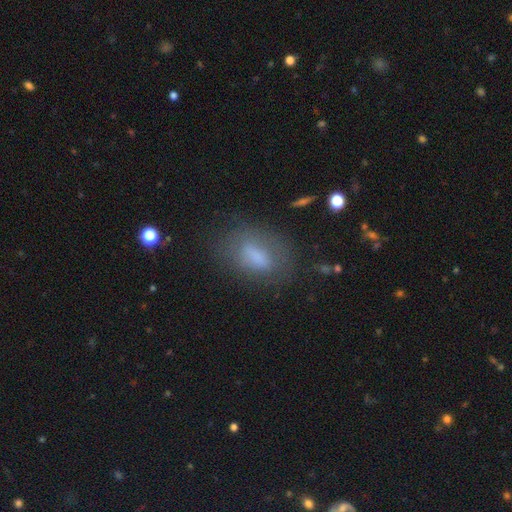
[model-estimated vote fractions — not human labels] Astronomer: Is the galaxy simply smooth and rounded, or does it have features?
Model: smooth — 69%.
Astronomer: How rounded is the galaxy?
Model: in between — 84%.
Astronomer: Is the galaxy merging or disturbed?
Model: none — 65%.